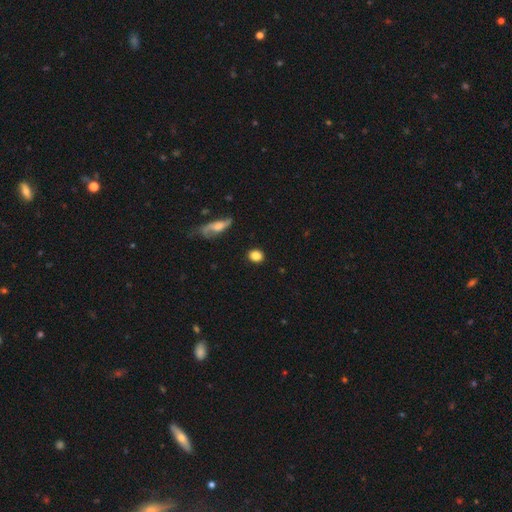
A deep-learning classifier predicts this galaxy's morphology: This is clearly a smooth galaxy (84%). How rounded: likely round (68%). Merging: clearly none (87%).